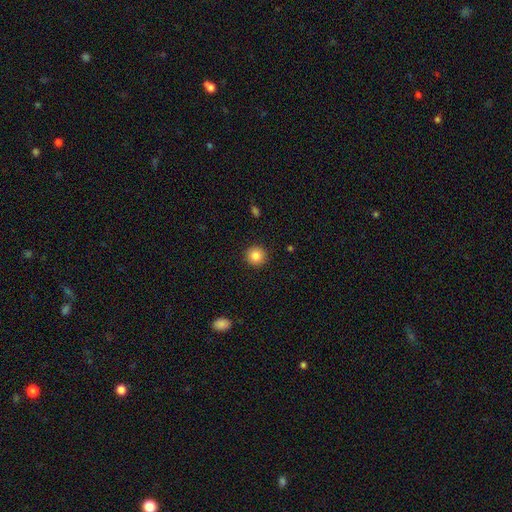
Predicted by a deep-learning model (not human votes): This appears to be a smooth galaxy with no disk features (84%) that is round (95%). Merging: none (92%).